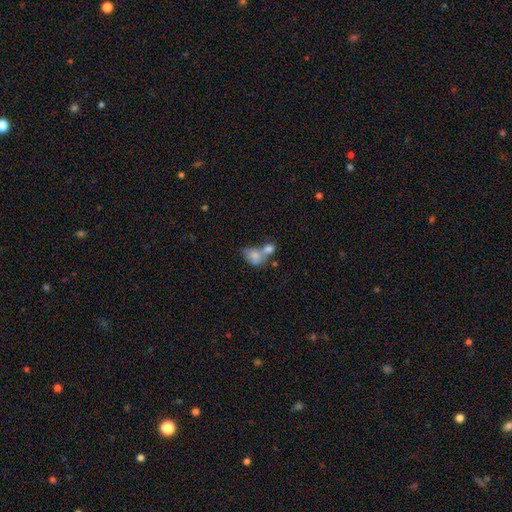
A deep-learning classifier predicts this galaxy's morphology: This appears to be a smooth galaxy with no disk features (73%) that is in between round and cigar-shaped (67%). Merging: merger (66%).